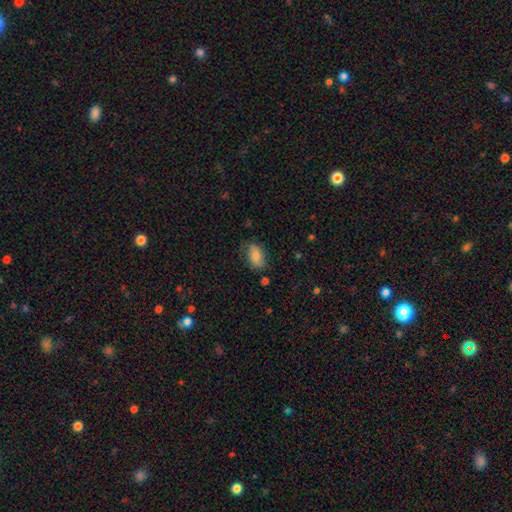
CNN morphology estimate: Overall: smooth (76%). How rounded: in between (90%). Merging: none (71%).